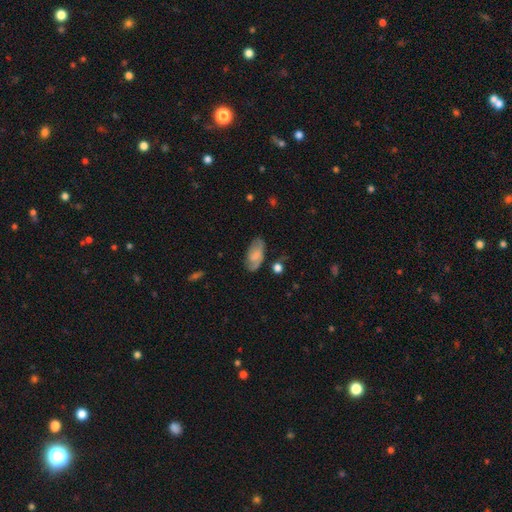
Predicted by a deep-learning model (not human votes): This is possibly a smooth galaxy (50%). How rounded: clearly in between (92%). Merging: likely none (66%).